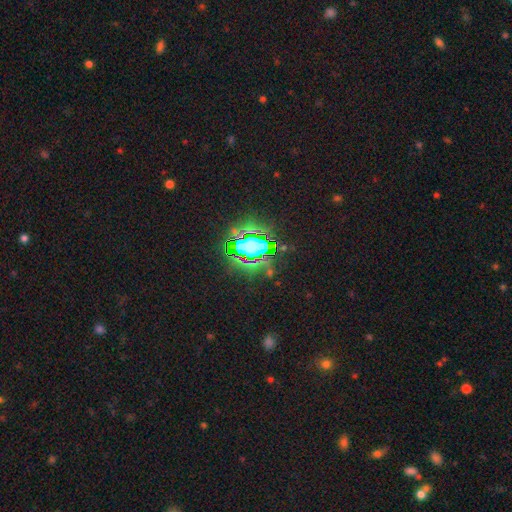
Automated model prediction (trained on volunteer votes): Smooth or featured? star or artifact (72%)